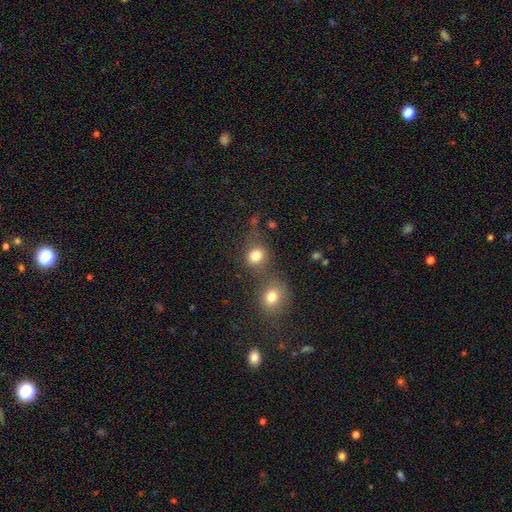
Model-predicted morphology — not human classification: Smooth or featured?
  - smooth: 80% *
  - star or artifact: 13%
  - featured or disk: 7%
How rounded?
  - round: 73% *
  - in between: 26%
  - cigar-shaped: 1%
Merging?
  - none: 50% *
  - merger: 33%
  - minor disturbance: 10%
  - major disturbance: 6%